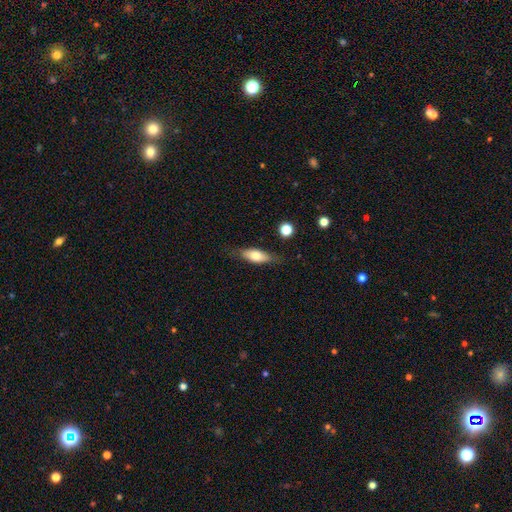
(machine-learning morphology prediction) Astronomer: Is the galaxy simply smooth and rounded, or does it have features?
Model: smooth — 64%.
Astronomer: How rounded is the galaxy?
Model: in between — 66%.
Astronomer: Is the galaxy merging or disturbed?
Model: none — 77%.